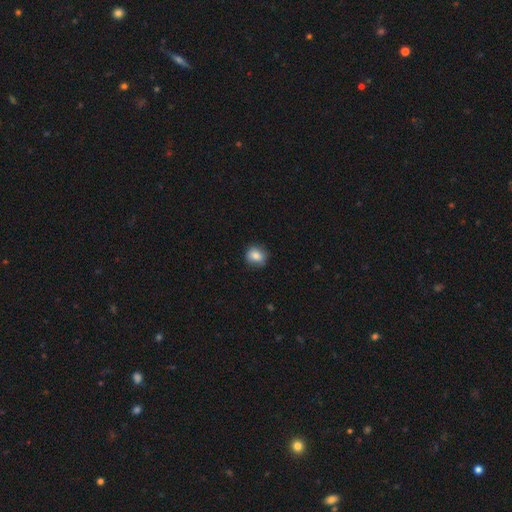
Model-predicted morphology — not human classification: type=smooth (81%); roundness=round (80%); merging=none (83%).